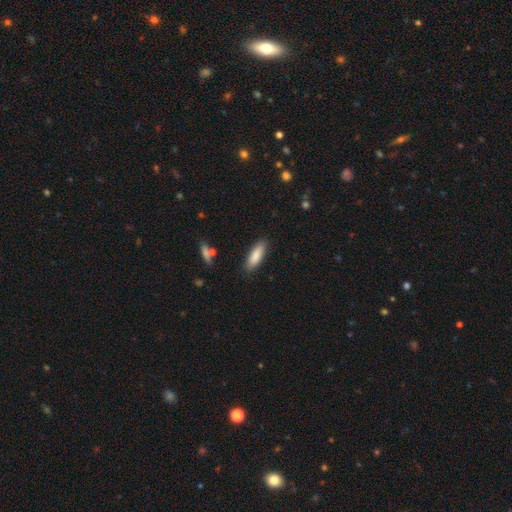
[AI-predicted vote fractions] The model was most divided on "how rounded": in between: 57%, cigar-shaped: 41%, round: 2%. More confident: smooth or featured — smooth (86%); merging — none (86%).